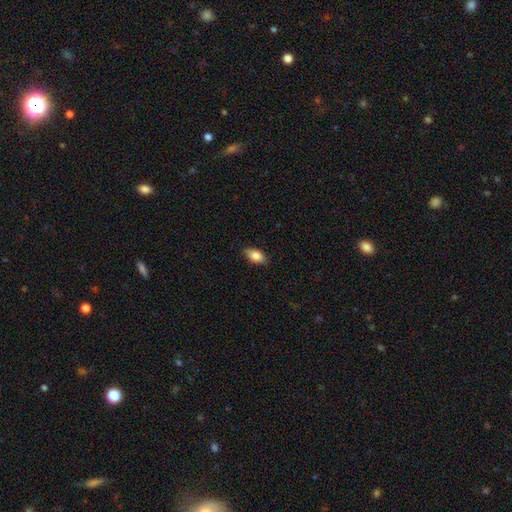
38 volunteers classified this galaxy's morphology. A smooth galaxy with no disk features (84%) that is in between round and cigar-shaped (97%).

Vote fractions:
- Smooth or featured? smooth: 84% / featured or disk: 11% / star or artifact: 5%
- How rounded? in between: 97% / round: 3% / cigar-shaped: 0%
- Merging? none: 75% / minor disturbance: 25% / major disturbance: 0% / merger: 0%